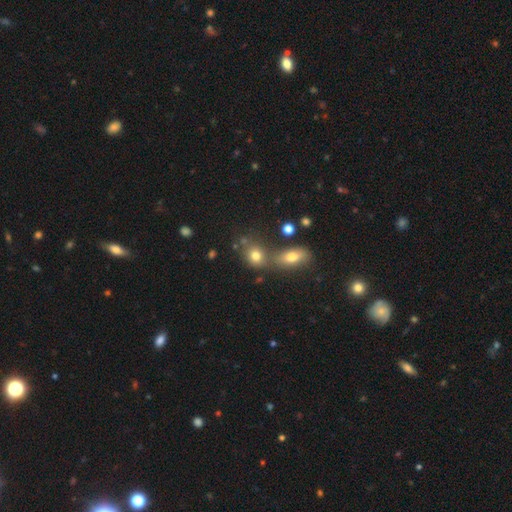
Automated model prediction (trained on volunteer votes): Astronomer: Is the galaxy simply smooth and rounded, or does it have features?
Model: smooth — 76%.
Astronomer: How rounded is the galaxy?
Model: round — 61% (runner-up: in between, 37%).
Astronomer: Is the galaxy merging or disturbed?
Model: none — 51% (runner-up: merger, 34%).